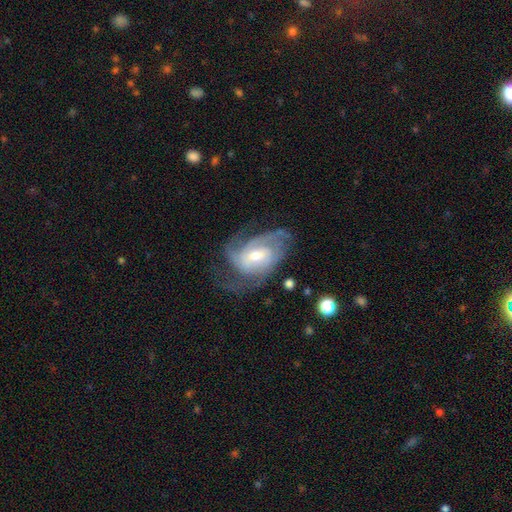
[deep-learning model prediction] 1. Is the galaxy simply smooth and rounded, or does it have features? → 84% featured or disk, 11% smooth, 6% star or artifact.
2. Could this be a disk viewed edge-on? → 97% no, 3% yes.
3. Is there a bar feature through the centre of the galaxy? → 44% weak, 42% no, 14% strong.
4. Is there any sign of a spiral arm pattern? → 94% yes, 6% no.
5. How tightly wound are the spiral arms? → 43% medium (tied), 43% tight (tied), 14% loose.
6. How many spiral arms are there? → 33% 3, 25% 2, 23% can't tell, 9% 4, 5% 1, 4% more than 4.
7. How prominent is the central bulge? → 53% moderate, 41% small, 4% large, 2% none, 1% dominant.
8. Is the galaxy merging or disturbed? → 56% none, 22% minor disturbance, 20% major disturbance, 2% merger.